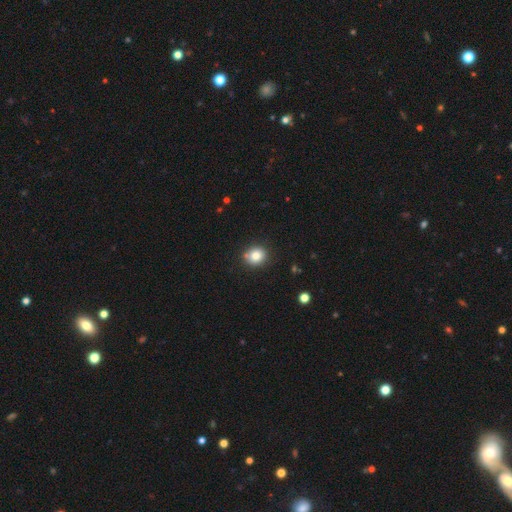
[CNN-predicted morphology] smooth-or-featured: smooth: 81% | star or artifact: 11% | featured or disk: 8%
  how-rounded: round: 82% | in between: 17% | cigar-shaped: 1%
  merging: none: 84% | minor disturbance: 10% | merger: 4% | major disturbance: 2%